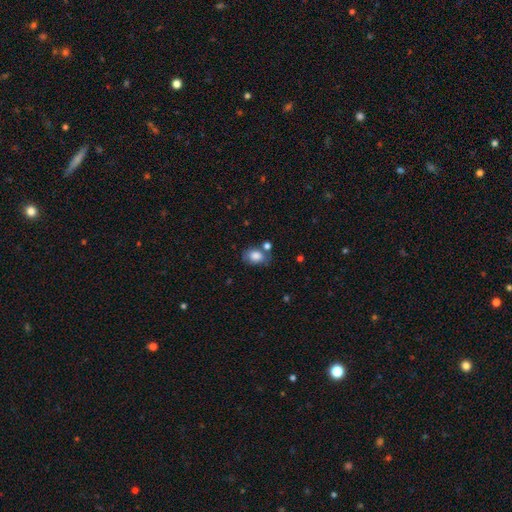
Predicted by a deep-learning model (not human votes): Overall: smooth (81%). How rounded: in between (74%). Merging: none (58%; minor disturbance 21%).